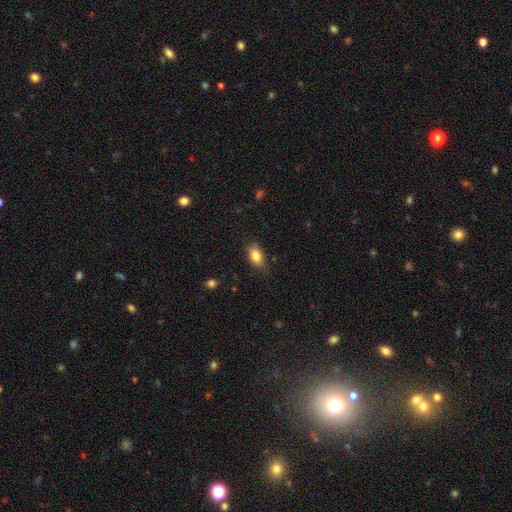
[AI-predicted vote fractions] smooth 85%, star or artifact 8%, featured or disk 8%. Down the decision tree: how rounded — in between (89%); merging — none (80%).